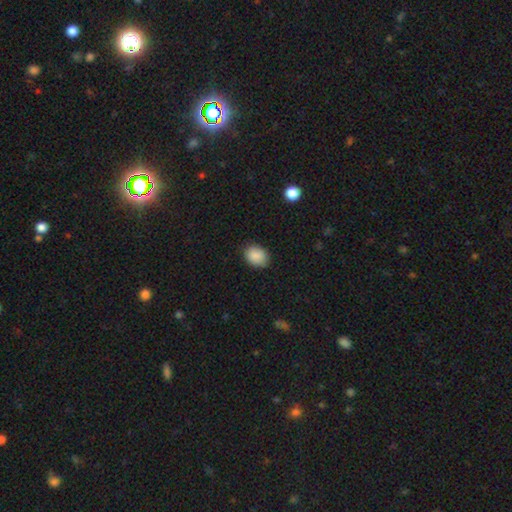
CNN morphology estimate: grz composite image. It shows a smooth galaxy with no disk features (88%) that is in between round and cigar-shaped (62%). Merging: none (84%).